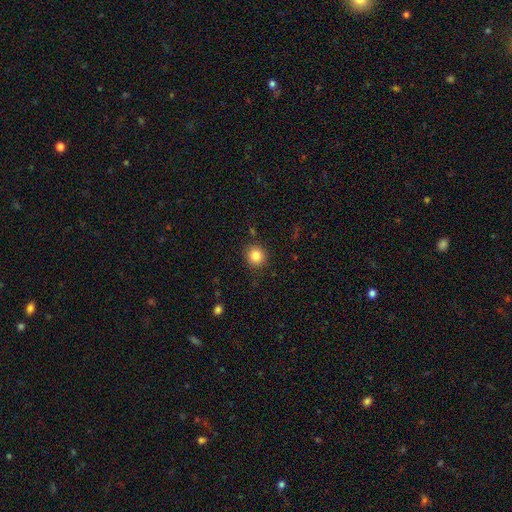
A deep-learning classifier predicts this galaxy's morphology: Smooth or featured? smooth (84%)
How rounded? round (90%)
Merging? none (89%)